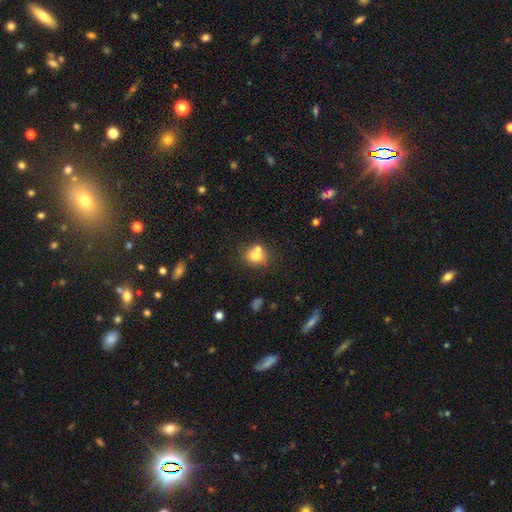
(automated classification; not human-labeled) This appears to be a smooth galaxy with no disk features (71%) that is round (73%). Merging: none (48%).